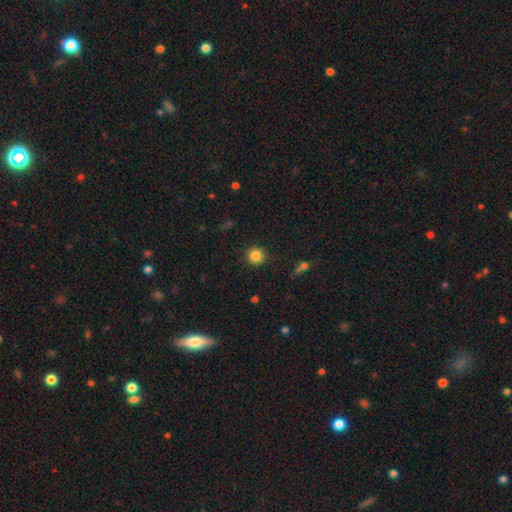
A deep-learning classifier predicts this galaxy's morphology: Smooth or featured? smooth (85%)
How rounded? round (93%)
Merging? none (91%)